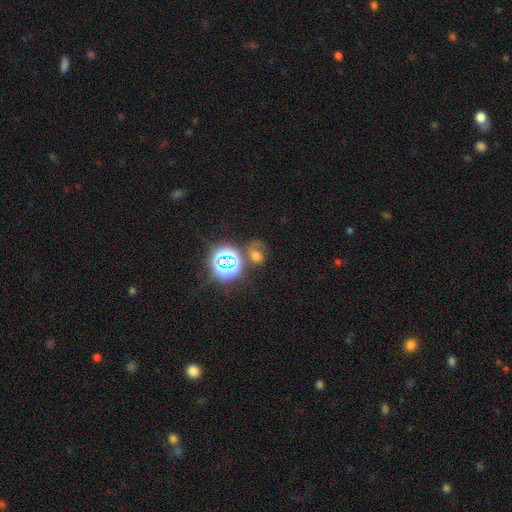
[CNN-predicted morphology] Q: Smooth or featured?
A: smooth (46%); runner-up: star or artifact (37%)
Q: Merging?
A: none (50%); runner-up: minor disturbance (19%)